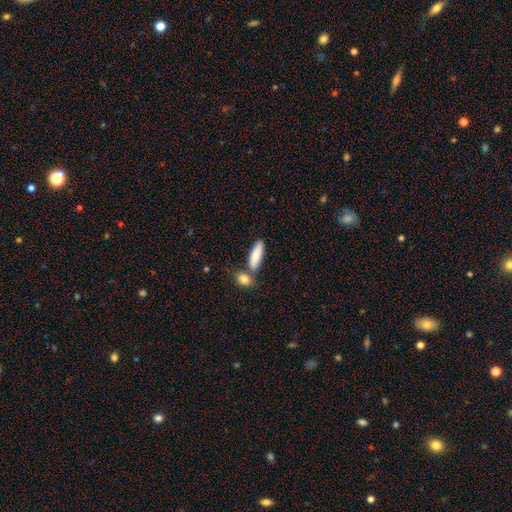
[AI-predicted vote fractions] Q: Smooth or featured?
A: smooth (83%); runner-up: featured or disk (12%)
Q: How rounded?
A: in between (50%); runner-up: cigar-shaped (48%)
Q: Merging?
A: none (62%); runner-up: merger (24%)